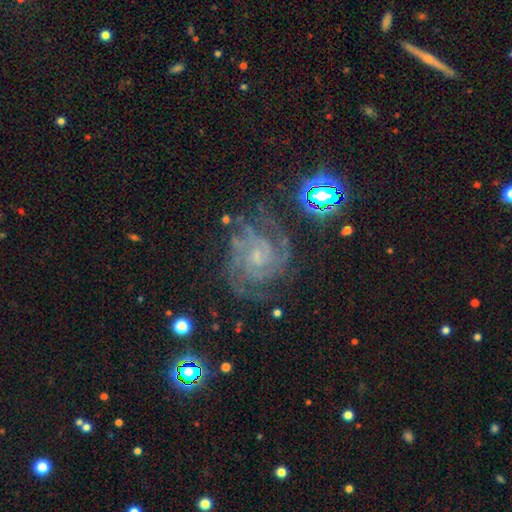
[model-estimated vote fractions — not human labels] featured or disk 84%, star or artifact 11%, smooth 5%. Down the decision tree: edge-on disk — no (98%); bar — no (63%); spiral arms — yes (98%); spiral arm count — 3 (26%); spiral winding — tight (65%); bulge size — small (66%); merging — none (73%).